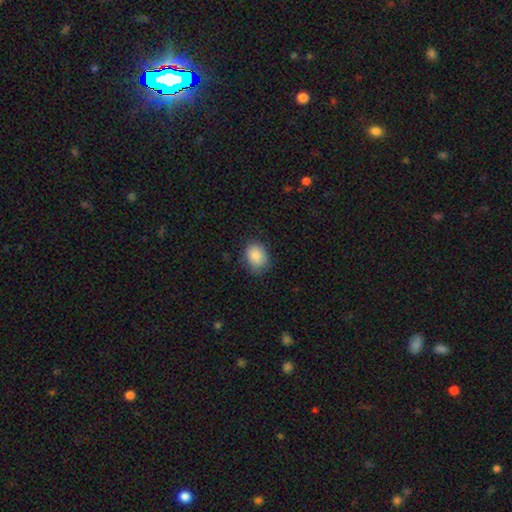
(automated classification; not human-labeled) The model was most divided on "how rounded": in between: 54%, round: 45%, cigar-shaped: 1%. More confident: smooth or featured — smooth (87%); merging — none (76%).